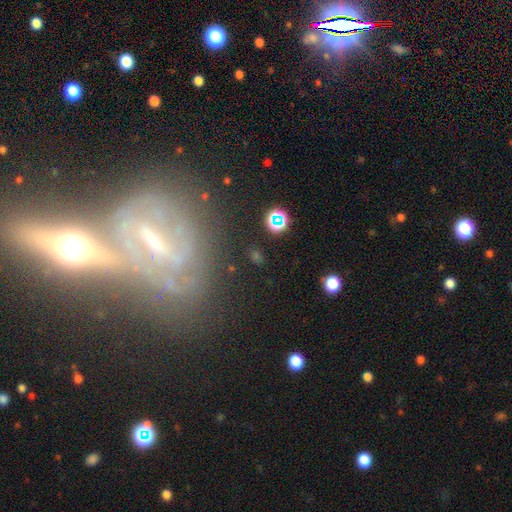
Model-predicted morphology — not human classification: This appears to be a featured or disk galaxy (47%). Merging: none (71%).